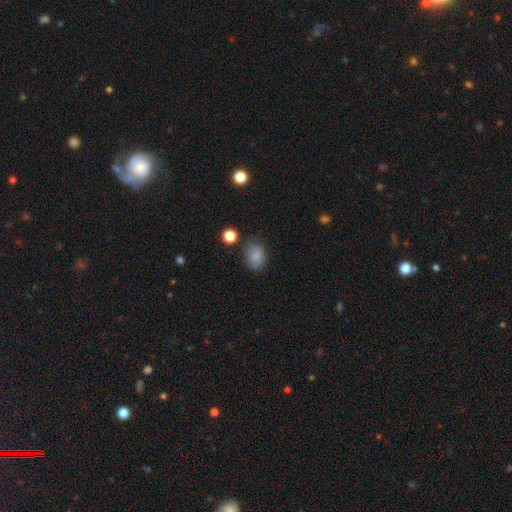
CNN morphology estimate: smooth_or_featured: smooth (p=0.83) [alt: star or artifact p=0.10]
how_rounded: in between (p=0.70) [alt: round p=0.29]
merging: none (p=0.72) [alt: minor disturbance p=0.19]